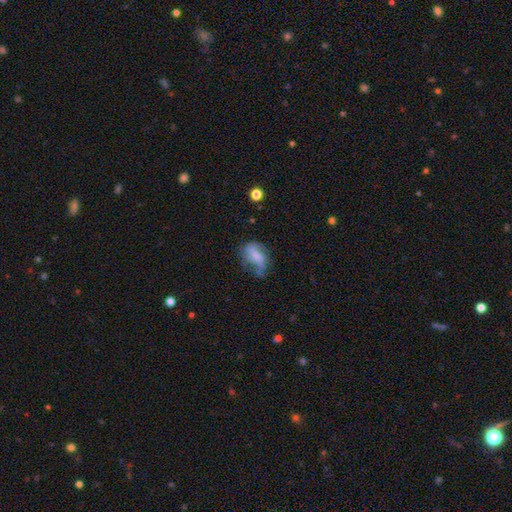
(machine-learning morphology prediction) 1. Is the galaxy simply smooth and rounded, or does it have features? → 48% featured or disk, 41% smooth, 11% star or artifact.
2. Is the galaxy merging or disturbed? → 35% none, 32% major disturbance, 29% minor disturbance, 5% merger.